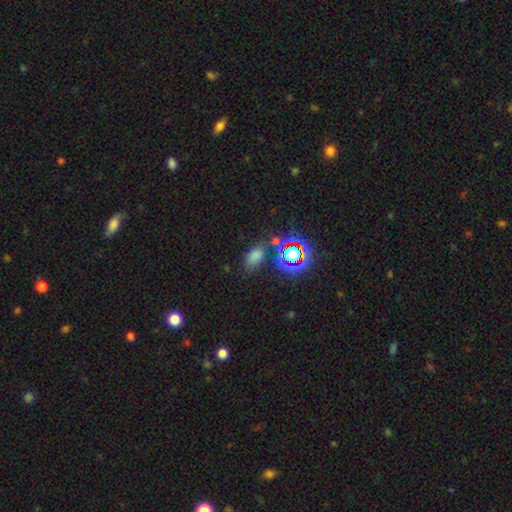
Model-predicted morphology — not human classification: This appears to be a smooth galaxy with no disk features (61%) that is in between round and cigar-shaped (86%). Merging: none (65%).